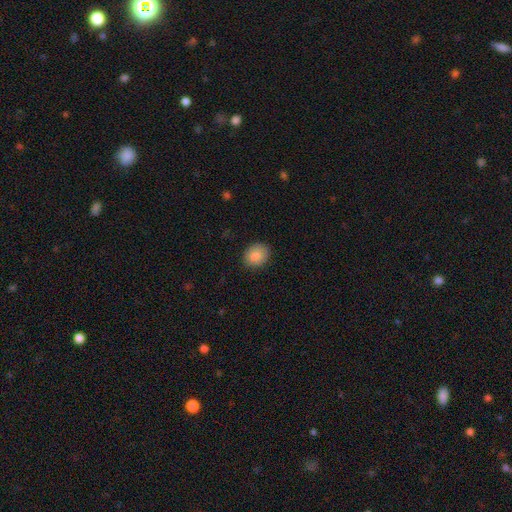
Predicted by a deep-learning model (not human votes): Smooth or featured? smooth (87%)
How rounded? round (51%)
Merging? none (86%)